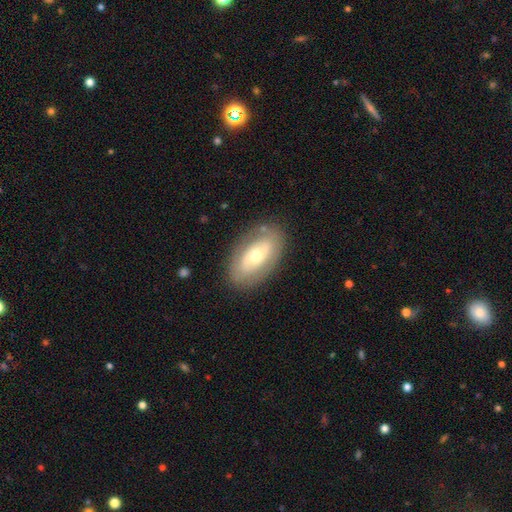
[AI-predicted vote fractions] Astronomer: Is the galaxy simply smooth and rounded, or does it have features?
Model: featured or disk — 48% (runner-up: smooth, 45%).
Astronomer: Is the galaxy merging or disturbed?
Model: none — 82%.